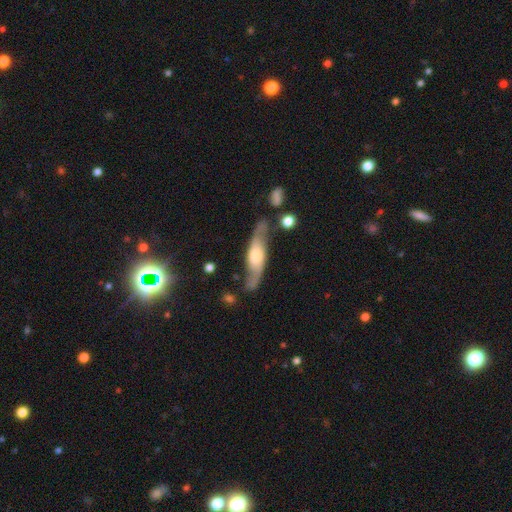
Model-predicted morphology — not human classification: Smooth or featured? Predicted: featured or disk (p=0.68). Edge-on disk? Predicted: yes (p=0.51). Merging? Predicted: none (p=0.71).